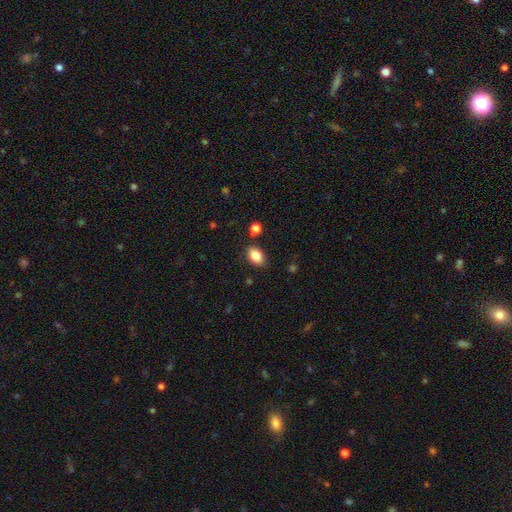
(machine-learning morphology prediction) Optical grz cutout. It shows a smooth galaxy with no disk features (87%) that is in between round and cigar-shaped (87%). Merging: none (81%).